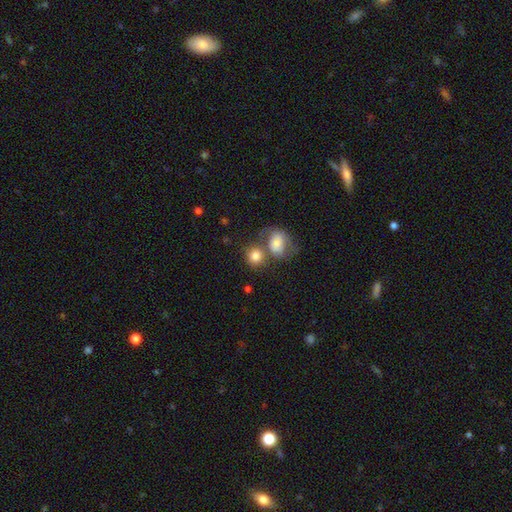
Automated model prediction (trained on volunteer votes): This is clearly a smooth galaxy (81%). How rounded: likely round (75%). Merging: marginally merger (43%).